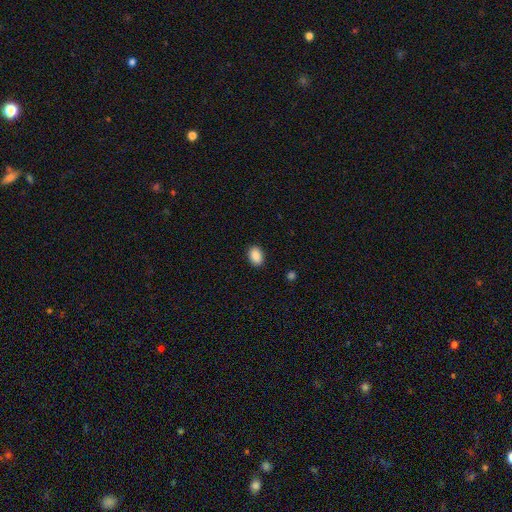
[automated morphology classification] smooth-or-featured: smooth: 89% | star or artifact: 8% | featured or disk: 3%
  how-rounded: in between: 82% | round: 17% | cigar-shaped: 1%
  merging: none: 88% | minor disturbance: 8% | major disturbance: 2% | merger: 1%